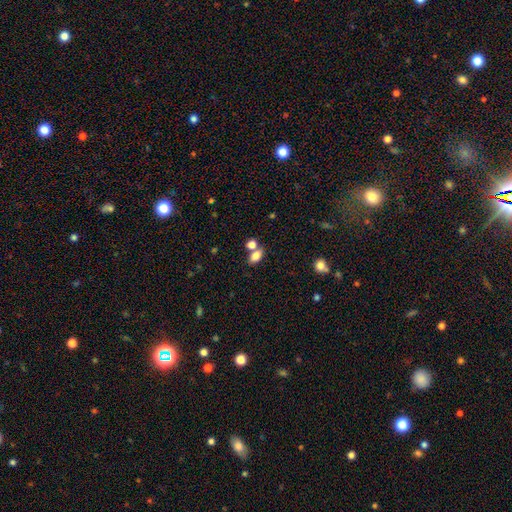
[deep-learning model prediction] Smooth or featured? smooth (81%)
How rounded? in between (85%)
Merging? none (51%)